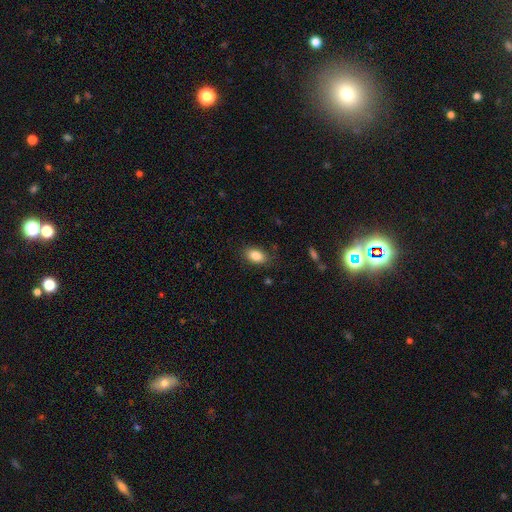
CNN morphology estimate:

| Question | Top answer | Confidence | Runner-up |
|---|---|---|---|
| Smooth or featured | smooth | 86% | star or artifact (8%) |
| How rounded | in between | 90% | round (8%) |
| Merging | none | 83% | minor disturbance (13%) |